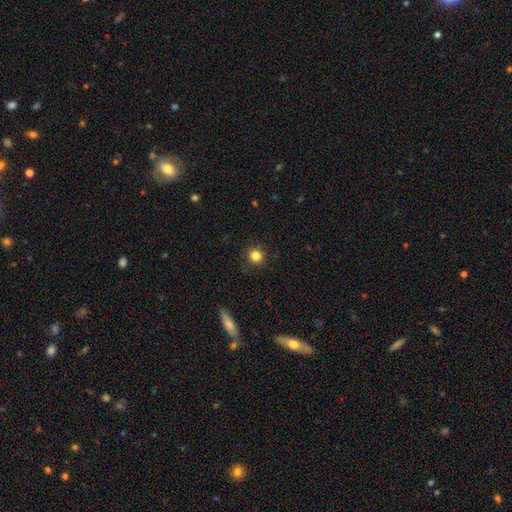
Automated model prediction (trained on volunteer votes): Smooth or featured: smooth — 83% (star or artifact — 12%)
How rounded: round — 93% (in between — 6%)
Merging: none — 90% (minor disturbance — 7%)